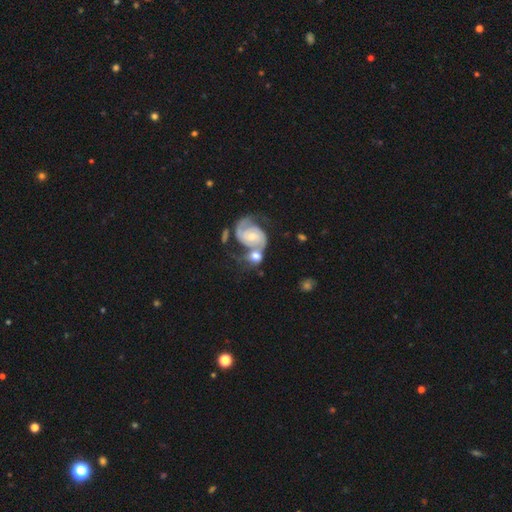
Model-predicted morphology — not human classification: Q: Smooth or featured?
A: featured or disk (69%); runner-up: smooth (24%)
Q: Edge-on disk?
A: no (97%); runner-up: yes (3%)
Q: Bar?
A: no (58%); runner-up: weak (34%)
Q: Spiral arms?
A: yes (92%); runner-up: no (8%)
Q: Spiral winding?
A: medium (46%); runner-up: tight (35%)
Q: Spiral arm count?
A: 2 (84%); runner-up: can't tell (6%)
Q: Bulge size?
A: small (43%); runner-up: moderate (42%)
Q: Merging?
A: merger (46%); runner-up: none (32%)